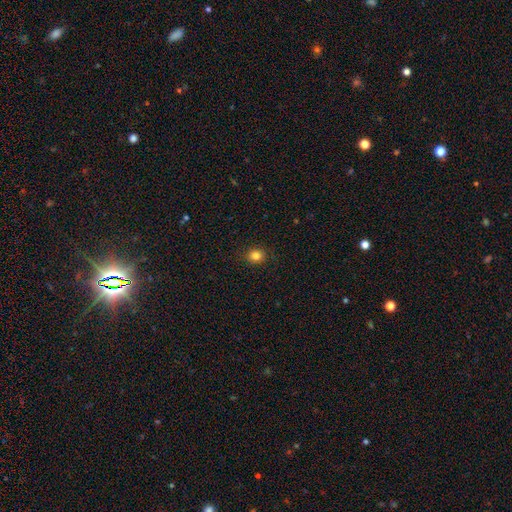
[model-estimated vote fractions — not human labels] smooth 84%, star or artifact 12%, featured or disk 5%. Down the decision tree: how rounded — round (76%); merging — none (89%).